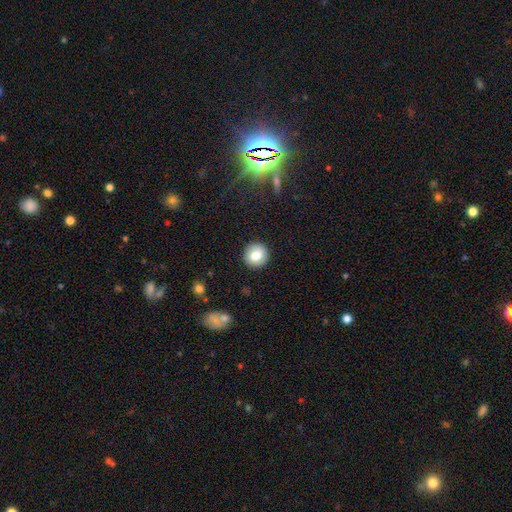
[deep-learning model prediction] The model was most divided on "smooth or featured": smooth: 76%, featured or disk: 15%, star or artifact: 9%. More confident: how rounded — round (93%); merging — none (90%).